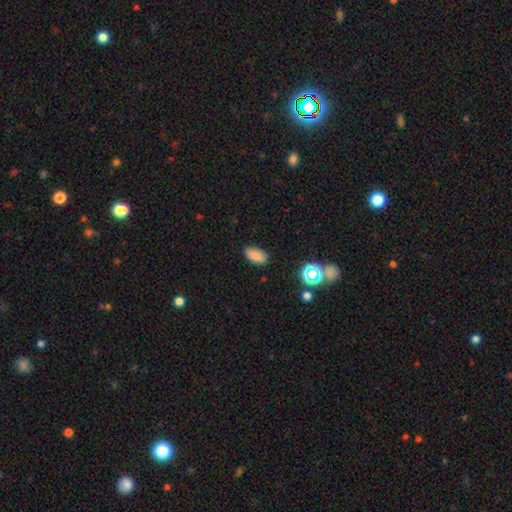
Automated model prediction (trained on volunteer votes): Smooth or featured: smooth — 81% (star or artifact — 12%)
How rounded: in between — 92% (round — 5%)
Merging: none — 85% (minor disturbance — 11%)